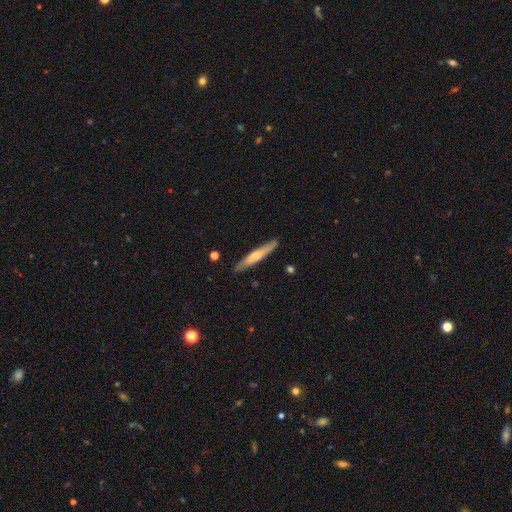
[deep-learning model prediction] Smooth or featured? Predicted: smooth (p=0.52). How rounded? Predicted: cigar-shaped (p=0.93). Merging? Predicted: none (p=0.87).